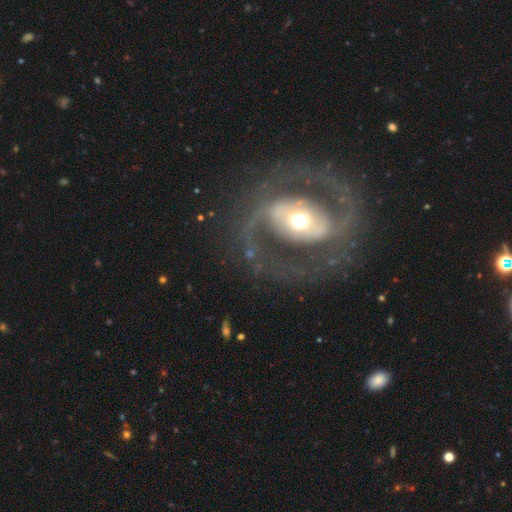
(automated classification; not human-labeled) featured or disk 86%, smooth 8%, star or artifact 5%. Down the decision tree: edge-on disk — no (96%); bar — strong (40%); spiral arms — yes (84%); spiral arm count — 2 (89%); spiral winding — medium (49%); bulge size — moderate (58%); merging — none (81%).